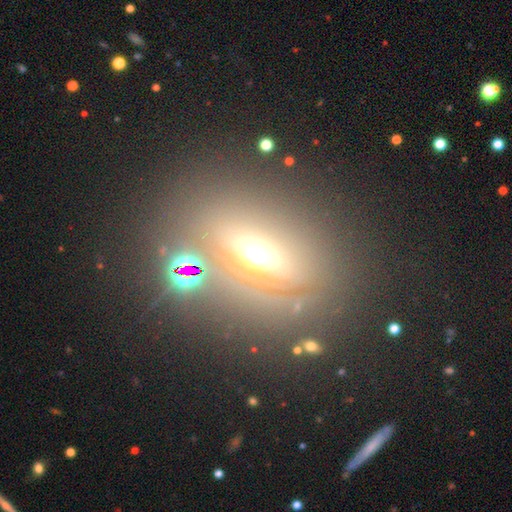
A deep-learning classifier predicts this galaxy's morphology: A smooth galaxy with no disk features (39%). Merging: none (67%).